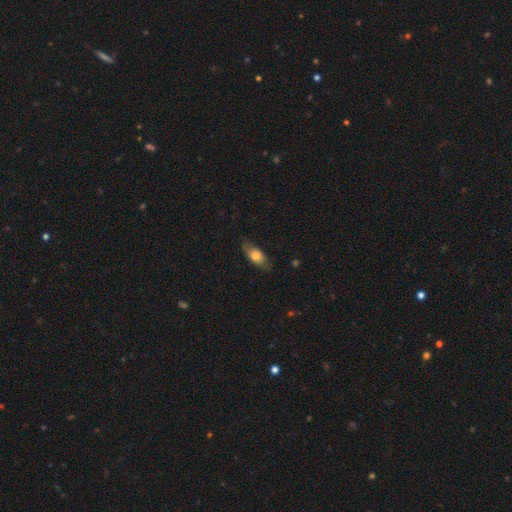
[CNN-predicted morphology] Q: Smooth or featured?
A: smooth (72%); runner-up: featured or disk (21%)
Q: How rounded?
A: in between (82%); runner-up: cigar-shaped (14%)
Q: Merging?
A: none (74%); runner-up: minor disturbance (21%)